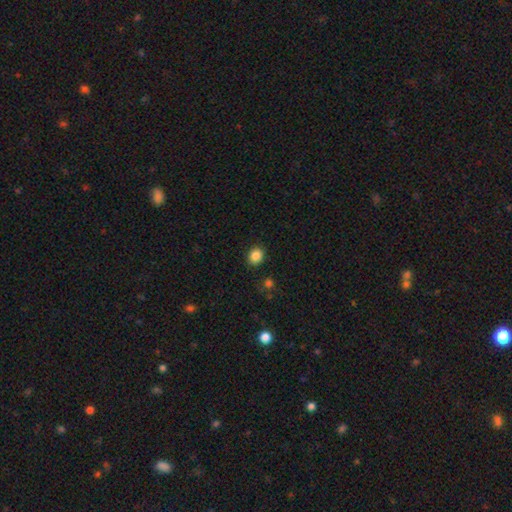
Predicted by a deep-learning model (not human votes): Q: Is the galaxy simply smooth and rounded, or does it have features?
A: smooth — 86%.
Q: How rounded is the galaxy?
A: round — 70%.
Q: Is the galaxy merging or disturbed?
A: none — 89%.